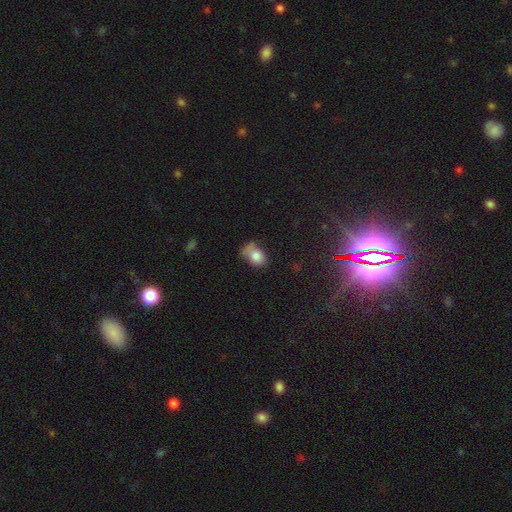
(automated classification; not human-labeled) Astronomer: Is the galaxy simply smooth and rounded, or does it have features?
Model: smooth — 78%.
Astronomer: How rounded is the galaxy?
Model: in between — 71%.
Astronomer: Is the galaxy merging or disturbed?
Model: none — 39% (runner-up: minor disturbance, 33%).